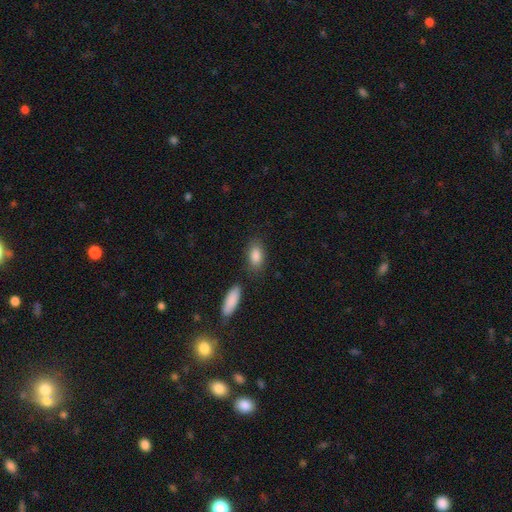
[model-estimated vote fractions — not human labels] smooth-or-featured: smooth: 86% | star or artifact: 7% | featured or disk: 7%
  how-rounded: in between: 87% | cigar-shaped: 7% | round: 6%
  merging: none: 77% | minor disturbance: 13% | merger: 7% | major disturbance: 4%